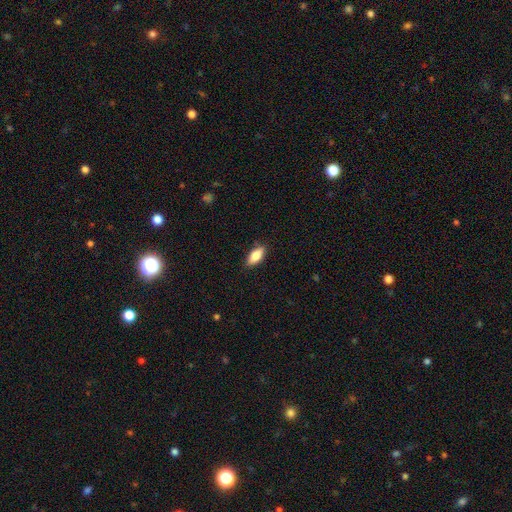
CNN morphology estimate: A smooth galaxy with no disk features (77%) that is in between round and cigar-shaped (82%).

Vote fractions:
- Smooth or featured? smooth: 77% / featured or disk: 16% / star or artifact: 7%
- How rounded? in between: 82% / cigar-shaped: 15% / round: 3%
- Merging? none: 84% / minor disturbance: 12% / major disturbance: 2% / merger: 1%